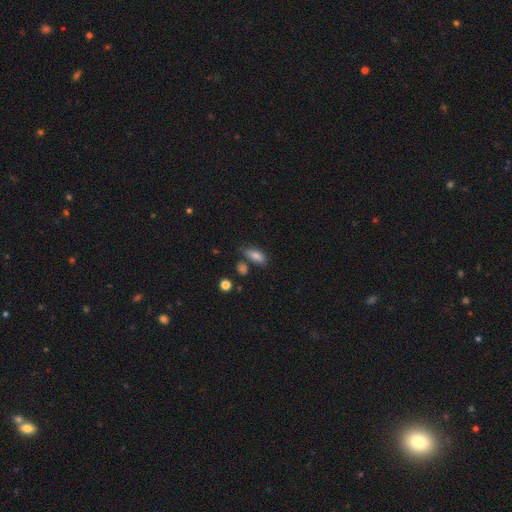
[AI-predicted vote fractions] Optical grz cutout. It shows a smooth galaxy with no disk features (80%) that is in between round and cigar-shaped (81%). Merging: none (65%).